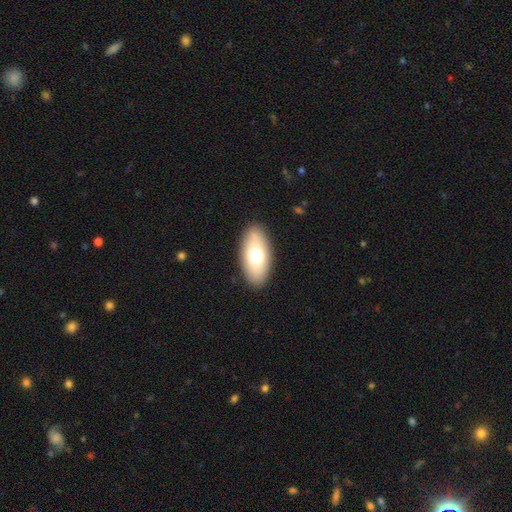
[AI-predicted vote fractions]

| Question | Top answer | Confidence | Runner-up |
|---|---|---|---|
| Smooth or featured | smooth | 67% | featured or disk (25%) |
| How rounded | in between | 89% | cigar-shaped (6%) |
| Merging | none | 88% | minor disturbance (8%) |